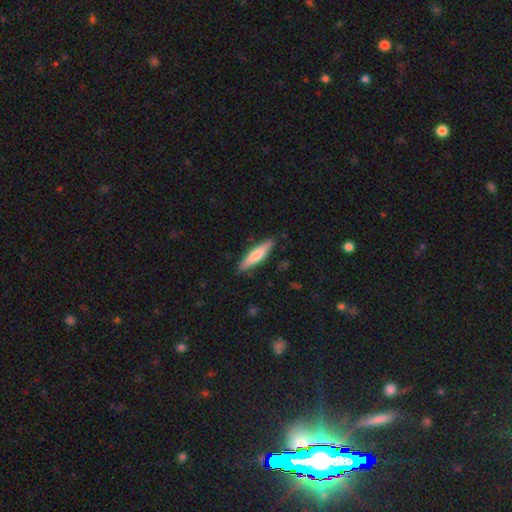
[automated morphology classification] A smooth galaxy with no disk features (65%) that is cigar-shaped (80%).

Vote fractions:
- Smooth or featured? smooth: 65% / featured or disk: 30% / star or artifact: 5%
- How rounded? cigar-shaped: 80% / in between: 19% / round: 2%
- Merging? none: 87% / minor disturbance: 10% / major disturbance: 2% / merger: 1%